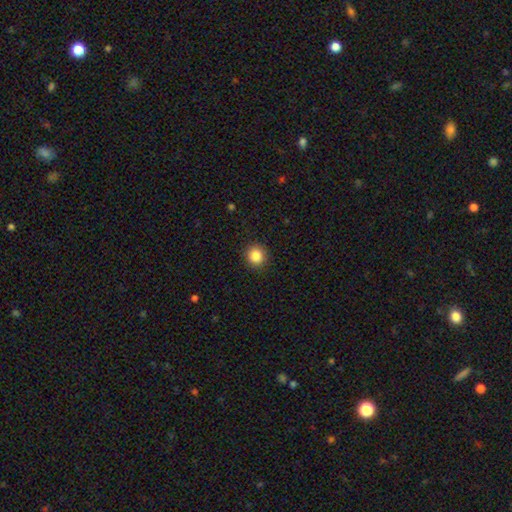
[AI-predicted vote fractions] Smooth or featured? Predicted: smooth (p=0.86). How rounded? Predicted: round (p=0.92). Merging? Predicted: none (p=0.91).